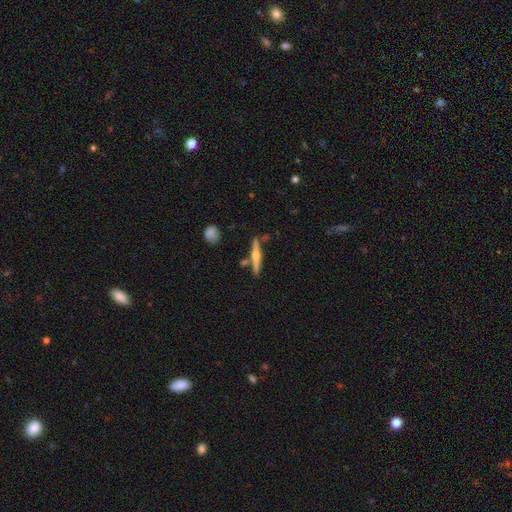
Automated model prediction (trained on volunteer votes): The model was most divided on "smooth or featured": featured or disk: 71%, smooth: 23%, star or artifact: 6%. More confident: edge-on disk — yes (98%); edge-on bulge — rounded (93%); merging — none (81%).